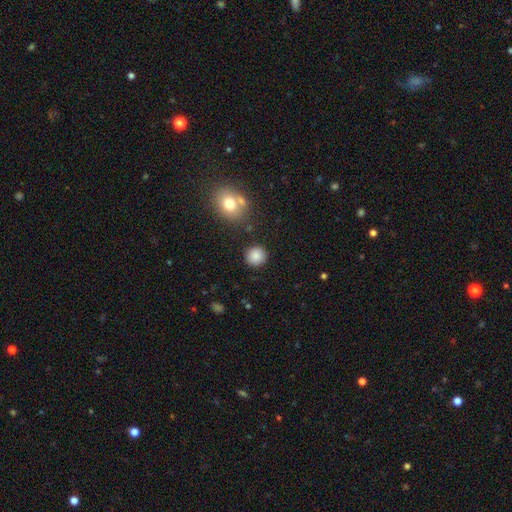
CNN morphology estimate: Q: Smooth or featured?
A: smooth (86%); runner-up: star or artifact (10%)
Q: How rounded?
A: round (91%); runner-up: in between (8%)
Q: Merging?
A: none (87%); runner-up: minor disturbance (7%)